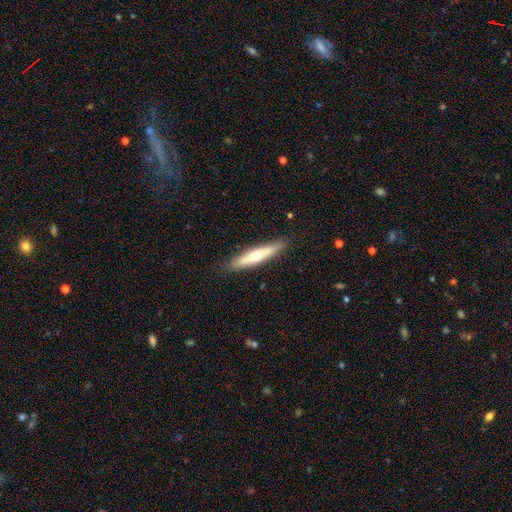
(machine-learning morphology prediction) This is possibly a smooth galaxy (49%). Merging: clearly none (87%).